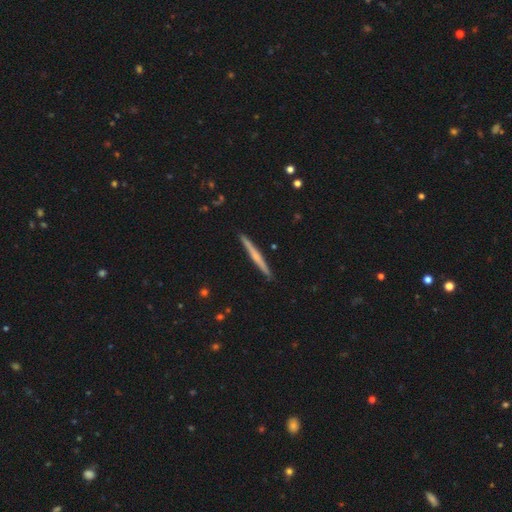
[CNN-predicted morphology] type=featured or disk (52%); edge-on=yes (98%); edge-on bulge=none (61%); merging=none (92%).